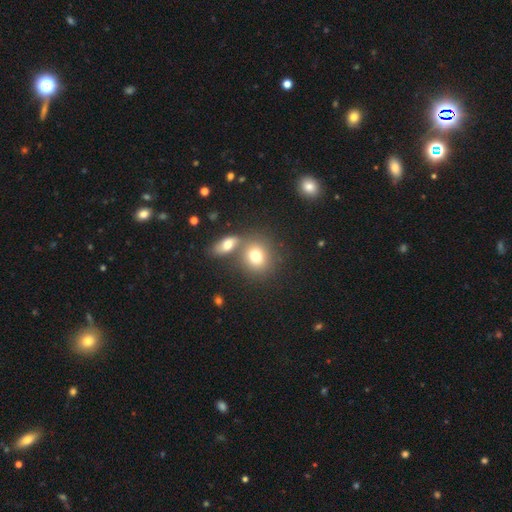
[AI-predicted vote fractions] This is likely a smooth galaxy (76%). How rounded: likely round (68%). Merging: possibly none (53%).